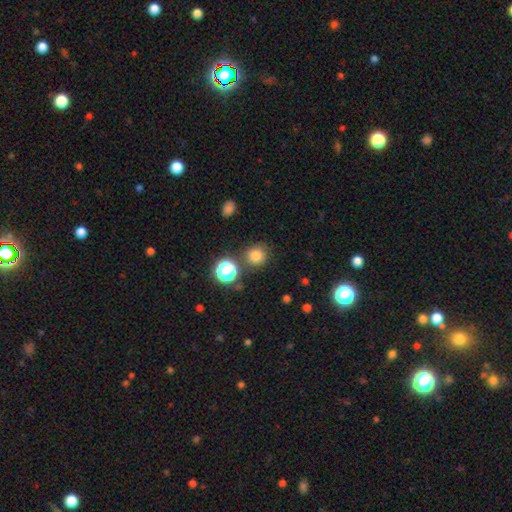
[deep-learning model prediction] A smooth galaxy with no disk features (78%) that is round (91%).

Vote fractions:
- Smooth or featured? smooth: 78% / star or artifact: 16% / featured or disk: 6%
- How rounded? round: 91% / in between: 8% / cigar-shaped: 1%
- Merging? none: 81% / minor disturbance: 10% / merger: 6% / major disturbance: 4%